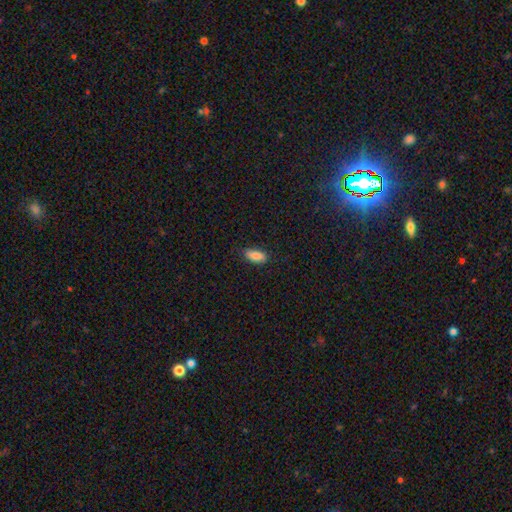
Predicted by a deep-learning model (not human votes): This appears to be a smooth galaxy with no disk features (87%) that is in between round and cigar-shaped (83%). Merging: none (84%).